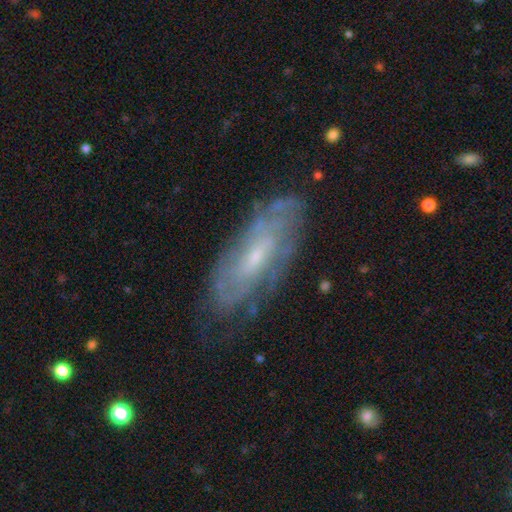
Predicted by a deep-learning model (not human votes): Q: Smooth or featured?
A: featured or disk (74%); runner-up: smooth (19%)
Q: Edge-on disk?
A: no (85%); runner-up: yes (15%)
Q: Bar?
A: no (57%); runner-up: weak (35%)
Q: Spiral arms?
A: yes (82%); runner-up: no (18%)
Q: Spiral winding?
A: tight (66%); runner-up: medium (26%)
Q: Spiral arm count?
A: can't tell (64%); runner-up: 2 (15%)
Q: Bulge size?
A: small (69%); runner-up: moderate (25%)
Q: Merging?
A: none (73%); runner-up: minor disturbance (19%)